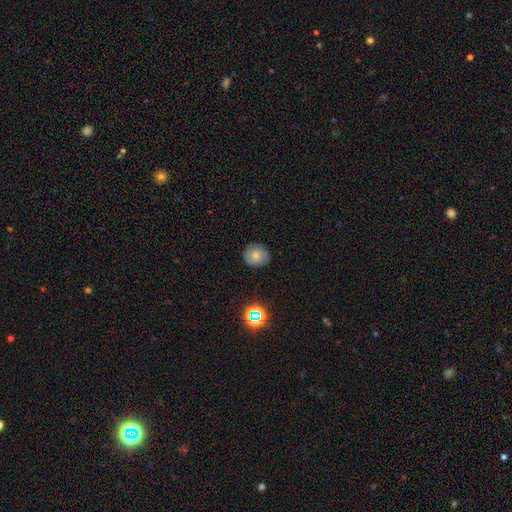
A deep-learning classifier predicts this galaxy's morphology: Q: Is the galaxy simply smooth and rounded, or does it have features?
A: smooth — 67%.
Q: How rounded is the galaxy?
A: round — 84%.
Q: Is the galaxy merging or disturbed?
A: none — 85%.